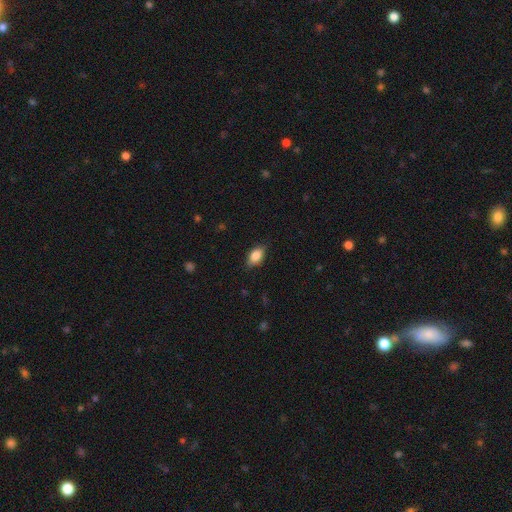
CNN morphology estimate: A smooth galaxy with no disk features (84%) that is in between round and cigar-shaped (87%). Merging: none (80%).